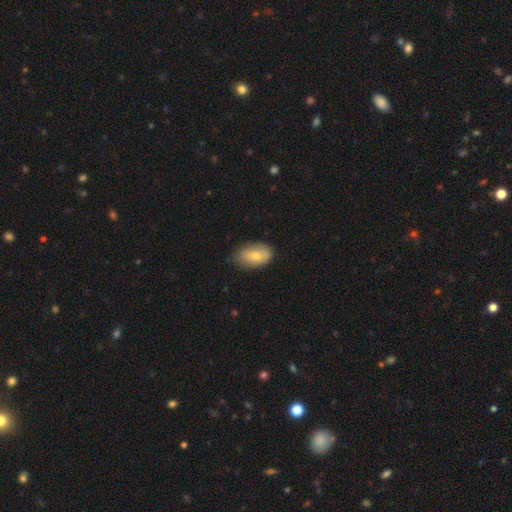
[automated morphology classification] smooth-or-featured: smooth: 74% | featured or disk: 19% | star or artifact: 7%
  how-rounded: in between: 91% | round: 7% | cigar-shaped: 2%
  merging: none: 76% | minor disturbance: 20% | major disturbance: 4% | merger: 1%